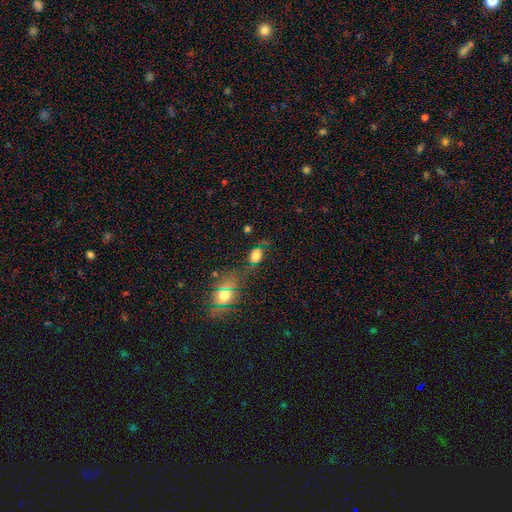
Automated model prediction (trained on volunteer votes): Smooth or featured: smooth — 71% (star or artifact — 16%)
How rounded: in between — 70% (round — 27%)
Merging: none — 52% (minor disturbance — 23%)